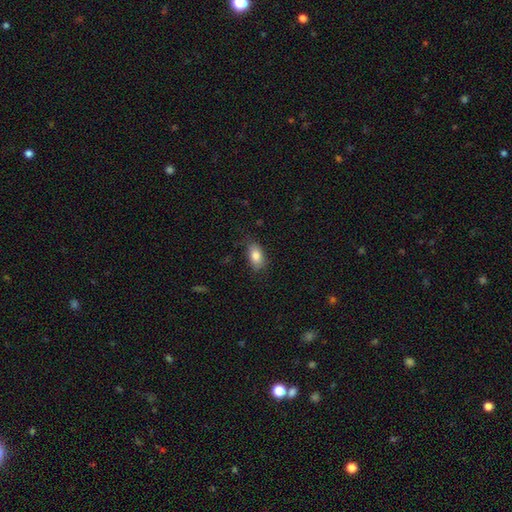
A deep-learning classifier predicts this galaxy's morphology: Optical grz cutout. It shows a smooth galaxy with no disk features (83%) that is in between round and cigar-shaped (89%). Merging: none (75%).